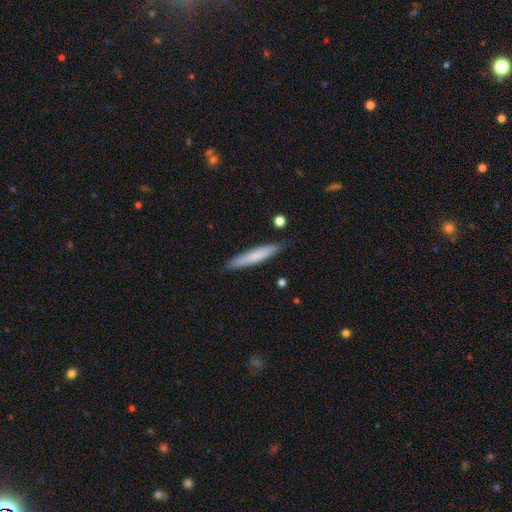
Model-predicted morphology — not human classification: Smooth or featured: smooth — 71% (featured or disk — 23%)
How rounded: cigar-shaped — 92% (in between — 7%)
Merging: none — 86% (minor disturbance — 10%)